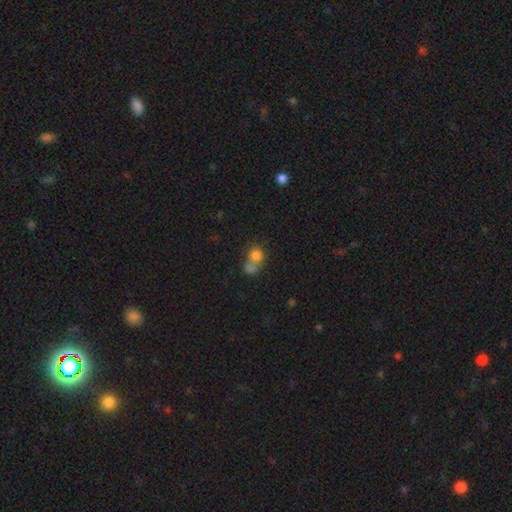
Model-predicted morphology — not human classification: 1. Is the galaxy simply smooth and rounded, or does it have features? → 79% smooth, 11% star or artifact, 11% featured or disk.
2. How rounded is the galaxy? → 78% round, 21% in between, 1% cigar-shaped.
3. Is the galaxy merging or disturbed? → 56% merger, 31% none, 7% minor disturbance, 5% major disturbance.